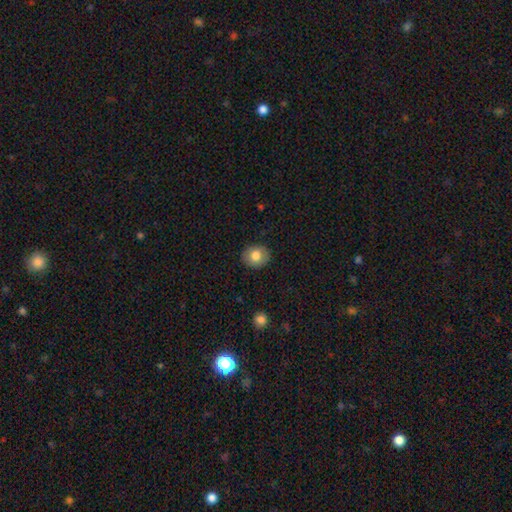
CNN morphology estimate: This is likely a smooth galaxy (80%). How rounded: likely round (67%). Merging: clearly none (88%).